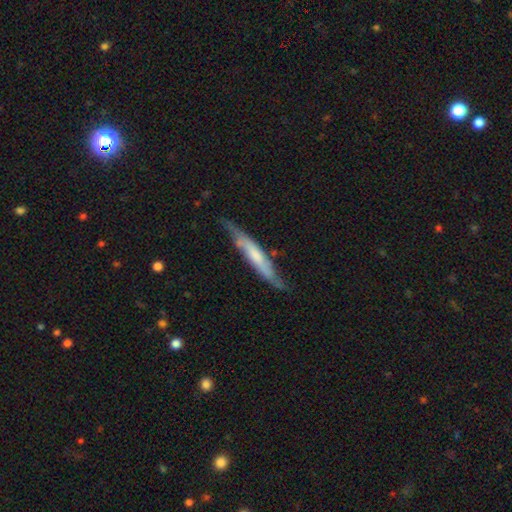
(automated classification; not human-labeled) featured or disk 55%, smooth 40%, star or artifact 5%. Down the decision tree: edge-on disk — yes (74%); merging — none (67%).